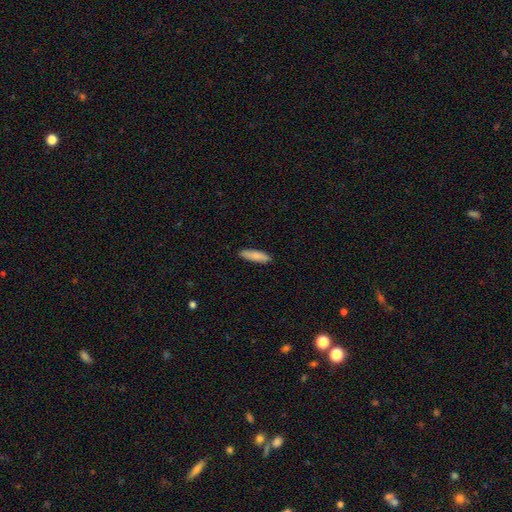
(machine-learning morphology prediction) A smooth galaxy with no disk features (85%) that is cigar-shaped (65%). Merging: none (89%).